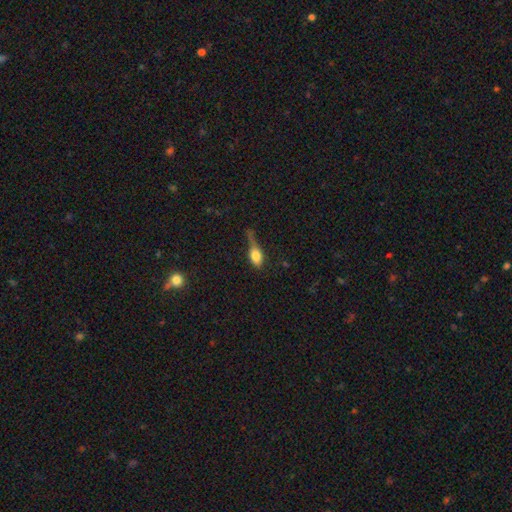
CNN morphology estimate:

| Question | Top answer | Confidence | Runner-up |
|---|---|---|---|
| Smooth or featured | smooth | 71% | featured or disk (19%) |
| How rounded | in between | 74% | round (14%) |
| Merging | minor disturbance | 32% | major disturbance (31%) |